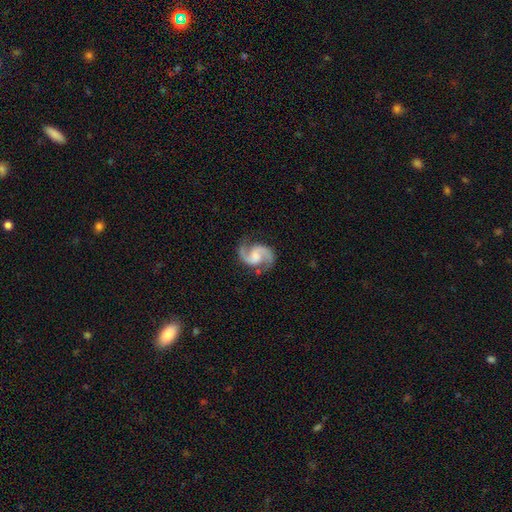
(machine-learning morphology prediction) The model was most divided on "bar": no: 47%, weak: 42%, strong: 11%. Remaining: edge-on disk — no (98%); spiral arms — yes (98%); spiral arm count — 2 (94%); smooth or featured — featured or disk (92%); merging — none (80%); spiral winding — medium (59%); bulge size — none (35%).